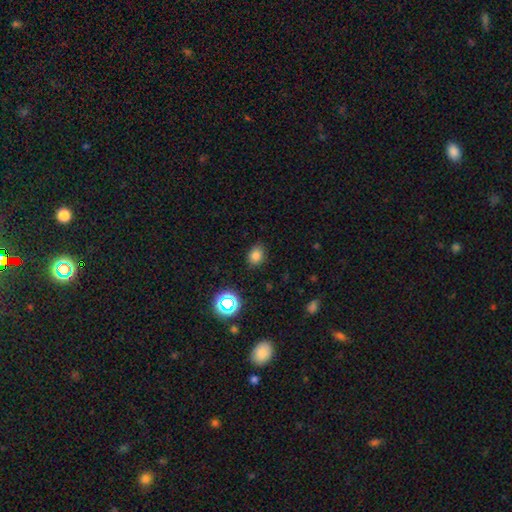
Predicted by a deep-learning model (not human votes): Morphology: type=smooth (78%); roundness=in between (53%); merging=none (84%).